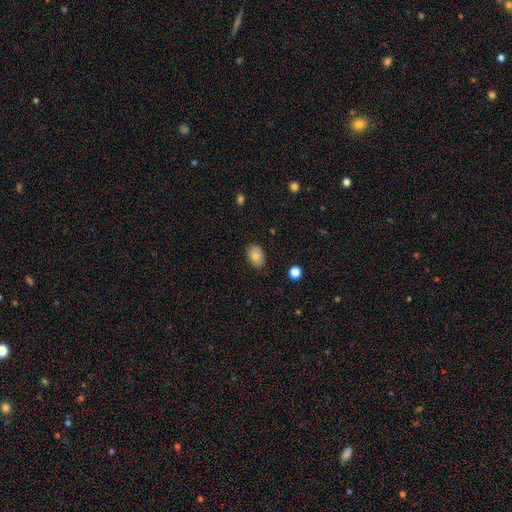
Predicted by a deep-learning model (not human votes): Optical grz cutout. It shows a smooth galaxy with no disk features (78%) that is in between round and cigar-shaped (84%). Merging: none (80%).